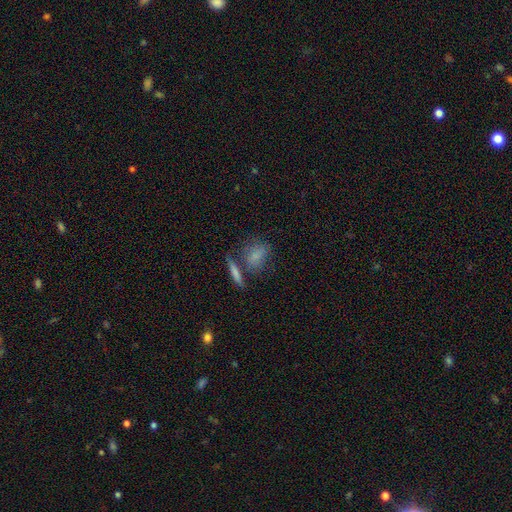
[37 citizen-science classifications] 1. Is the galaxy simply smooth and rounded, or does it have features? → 78% smooth, 16% featured or disk, 5% star or artifact.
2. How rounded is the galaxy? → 48% in between, 41% round, 10% cigar-shaped.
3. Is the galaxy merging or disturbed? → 43% none, 34% merger, 11% minor disturbance, 11% major disturbance.